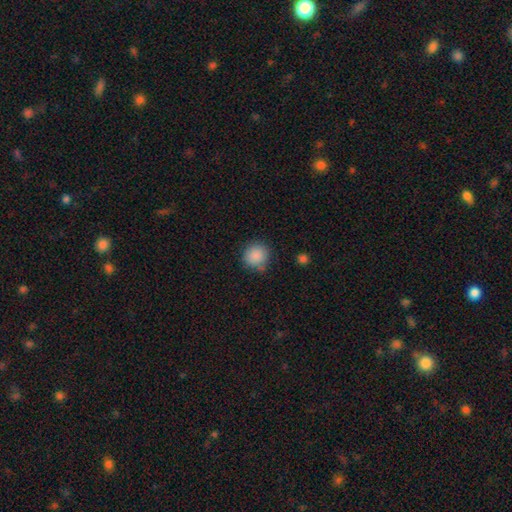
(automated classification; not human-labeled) A smooth galaxy with no disk features (87%) that is round (90%). Merging: none (77%).